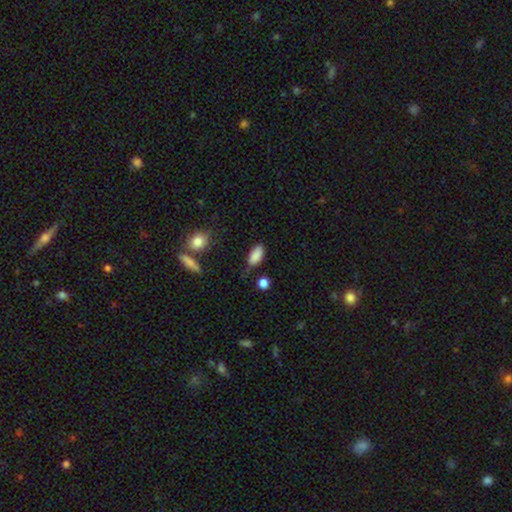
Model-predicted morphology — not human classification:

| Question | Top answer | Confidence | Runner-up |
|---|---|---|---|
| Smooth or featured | smooth | 87% | star or artifact (8%) |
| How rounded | in between | 89% | cigar-shaped (7%) |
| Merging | none | 68% | minor disturbance (23%) |